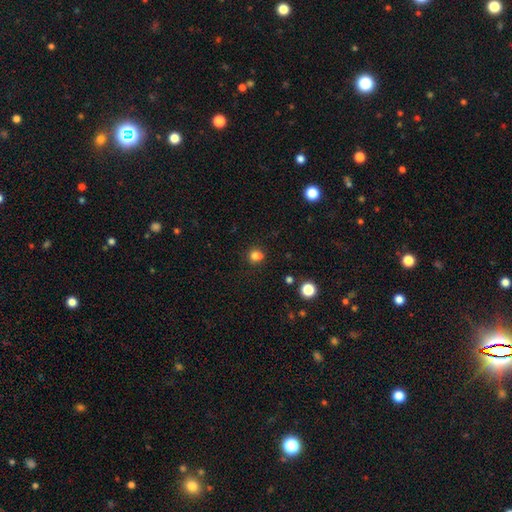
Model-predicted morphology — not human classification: smooth-or-featured: smooth: 76% | star or artifact: 15% | featured or disk: 9%
  how-rounded: round: 74% | in between: 25% | cigar-shaped: 1%
  merging: none: 50% | merger: 33% | minor disturbance: 13% | major disturbance: 5%